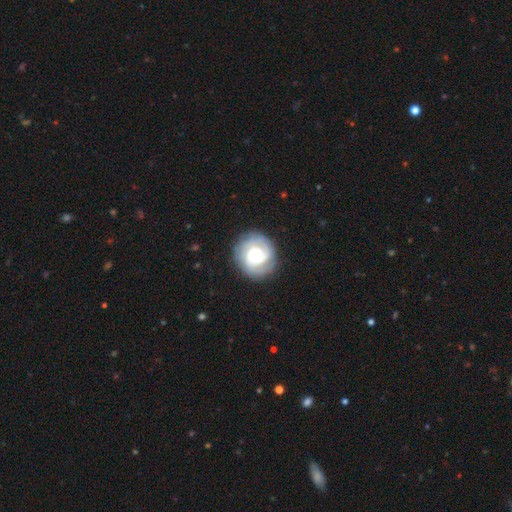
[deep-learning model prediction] A featured or disk galaxy (74%) with no bar (58%), 2 (48%) tight (65%) spiral arms (94%) and a moderate central bulge (42%). Merging: none (83%).